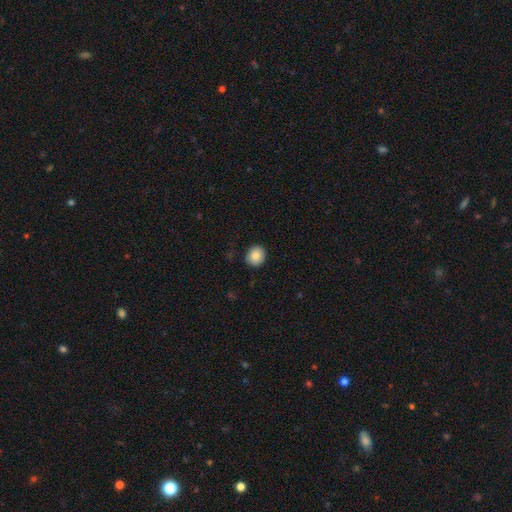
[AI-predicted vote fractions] Q: Smooth or featured?
A: smooth (87%); runner-up: star or artifact (8%)
Q: How rounded?
A: round (81%); runner-up: in between (19%)
Q: Merging?
A: none (89%); runner-up: minor disturbance (8%)